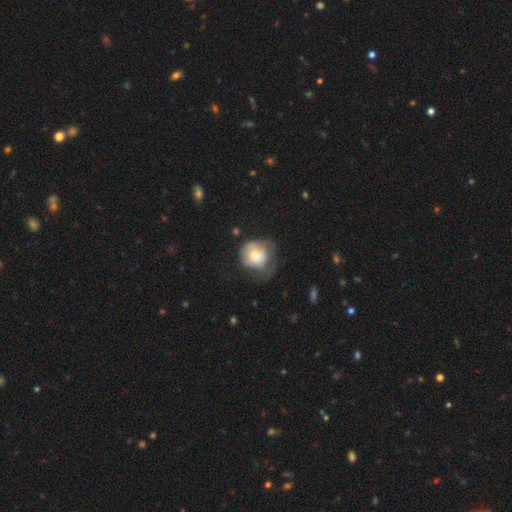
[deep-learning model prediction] Smooth or featured? Predicted: smooth (p=0.64). How rounded? Predicted: round (p=0.74). Merging? Predicted: major disturbance (p=0.34).